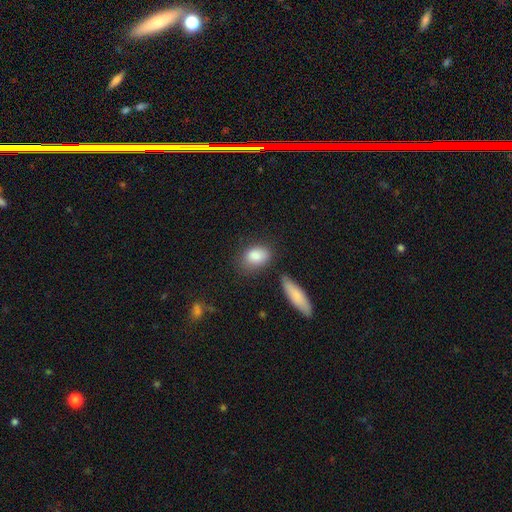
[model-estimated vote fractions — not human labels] Smooth or featured? Predicted: smooth (p=0.86). How rounded? Predicted: in between (p=0.82). Merging? Predicted: none (p=0.64).